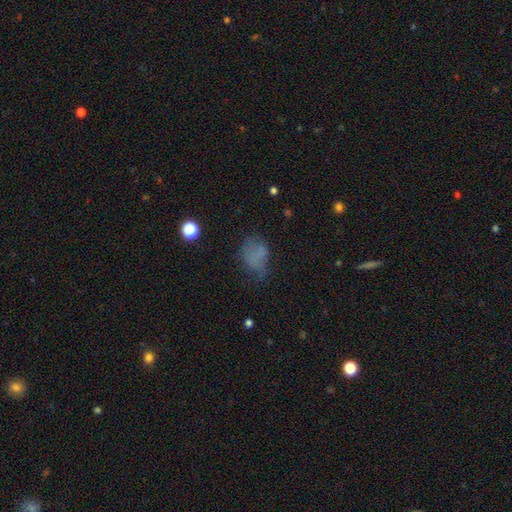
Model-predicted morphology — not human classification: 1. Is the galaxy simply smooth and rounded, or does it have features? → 61% smooth, 20% featured or disk, 19% star or artifact.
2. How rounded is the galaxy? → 68% in between, 30% round, 2% cigar-shaped.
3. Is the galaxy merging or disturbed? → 45% none, 28% minor disturbance, 24% major disturbance, 4% merger.